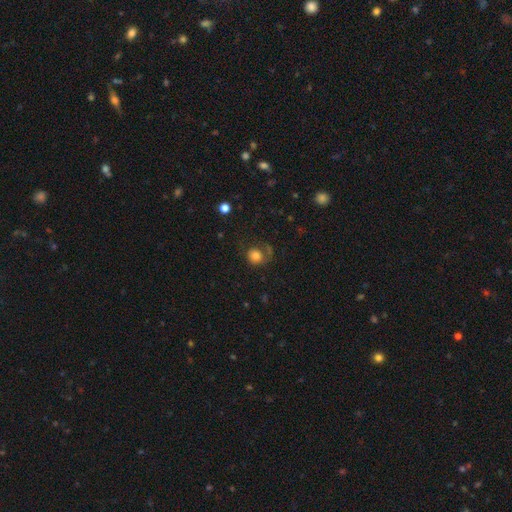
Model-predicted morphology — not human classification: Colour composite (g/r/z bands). It shows a smooth galaxy with no disk features (74%) that is round (81%). Merging: none (51%).